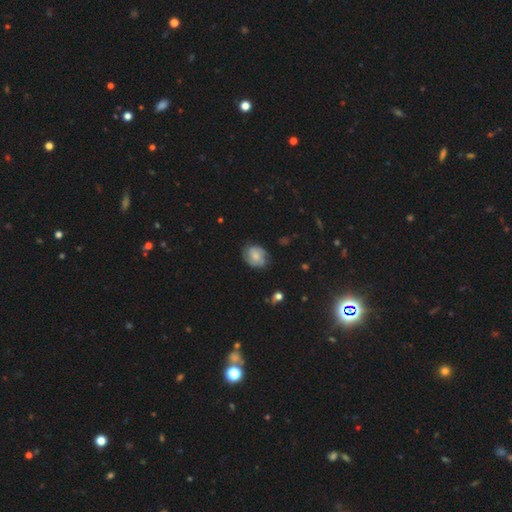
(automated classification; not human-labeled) A featured or disk galaxy (51%).

Vote fractions:
- Smooth or featured? featured or disk: 51% / smooth: 41% / star or artifact: 8%
- Edge-on disk? no: 97% / yes: 3%
- Merging? none: 72% / minor disturbance: 21% / major disturbance: 6% / merger: 1%